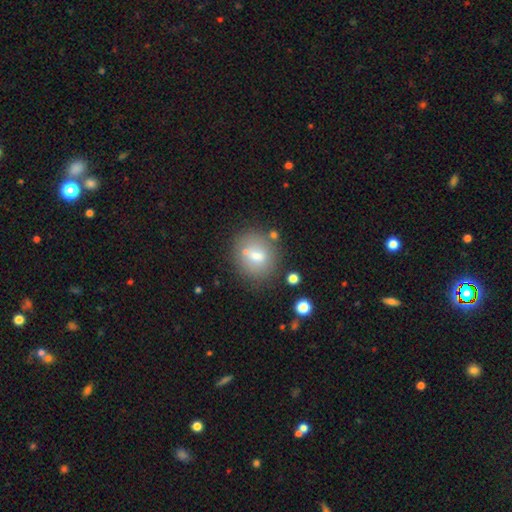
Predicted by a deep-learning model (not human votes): smooth_or_featured: smooth (p=0.65) [alt: featured or disk p=0.24]
how_rounded: round (p=0.68) [alt: in between p=0.30]
merging: none (p=0.69) [alt: minor disturbance p=0.14]